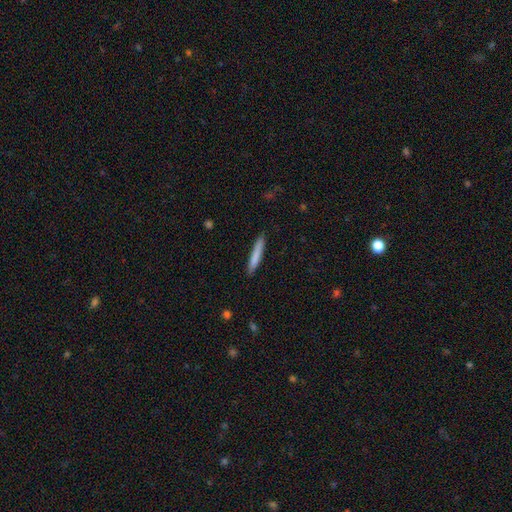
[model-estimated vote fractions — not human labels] Smooth or featured: smooth — 79% (featured or disk — 15%)
How rounded: cigar-shaped — 95% (in between — 4%)
Merging: none — 88% (minor disturbance — 9%)